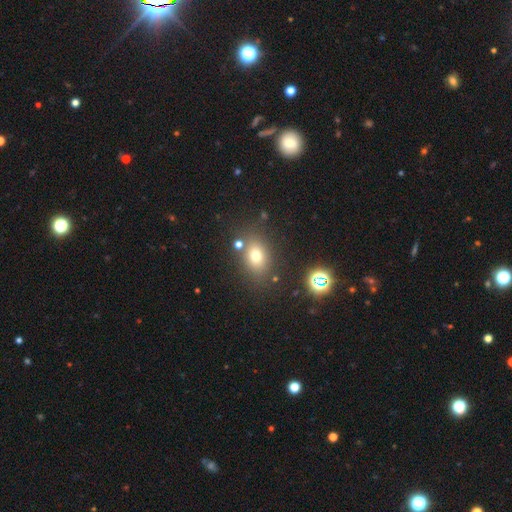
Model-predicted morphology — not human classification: smooth_or_featured: smooth (p=0.71) [alt: star or artifact p=0.17]
how_rounded: in between (p=0.62) [alt: round p=0.37]
merging: none (p=0.77) [alt: minor disturbance p=0.11]